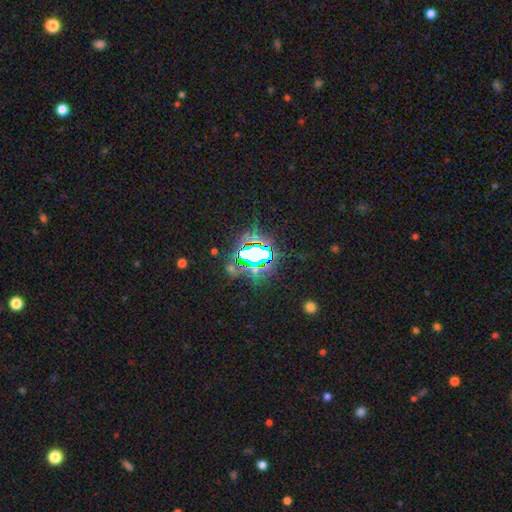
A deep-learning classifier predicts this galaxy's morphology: The model was most divided on "smooth or featured": star or artifact: 73%, smooth: 15%, featured or disk: 12%.